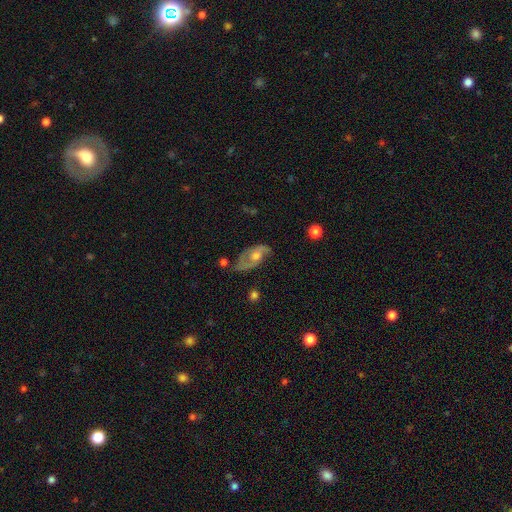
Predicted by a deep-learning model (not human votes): Smooth or featured: featured or disk — 77% (smooth — 16%)
Edge-on disk: no — 93% (yes — 7%)
Bar: no — 68% (weak — 27%)
Spiral arms: yes — 86% (no — 14%)
Spiral winding: medium — 49% (tight — 27%)
Spiral arm count: 2 — 81% (can't tell — 9%)
Bulge size: moderate — 63% (large — 19%)
Merging: none — 68% (minor disturbance — 20%)